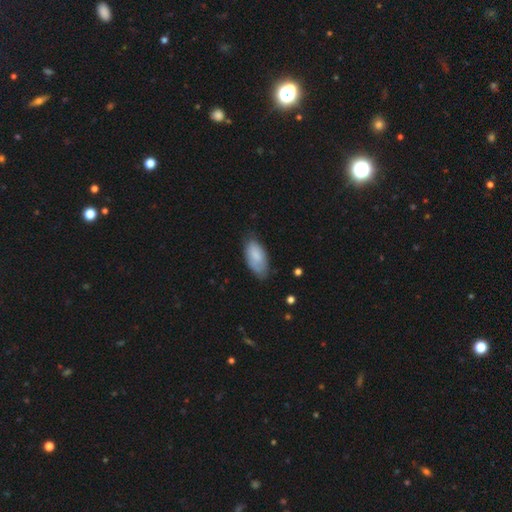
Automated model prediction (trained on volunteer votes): Overall: smooth (79%). How rounded: in between (92%). Merging: none (63%; minor disturbance 29%).